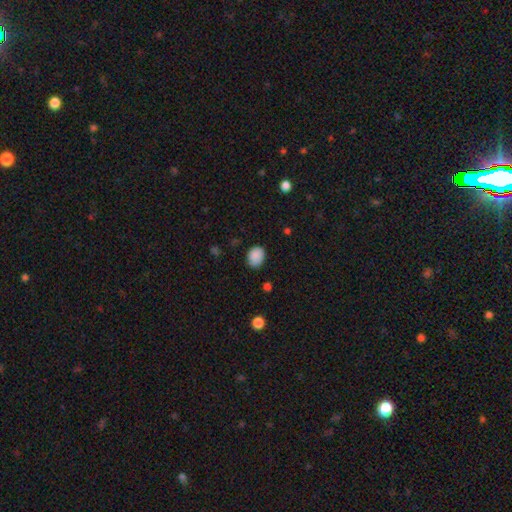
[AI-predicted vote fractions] smooth 87%, star or artifact 8%, featured or disk 5%. Down the decision tree: how rounded — in between (53%); merging — none (73%).